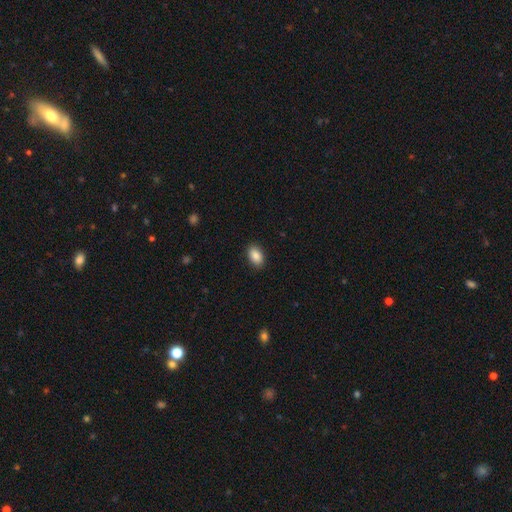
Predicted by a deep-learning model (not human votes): The model was most divided on "smooth or featured": smooth: 88%, star or artifact: 7%, featured or disk: 4%. More confident: how rounded — in between (91%); merging — none (89%).